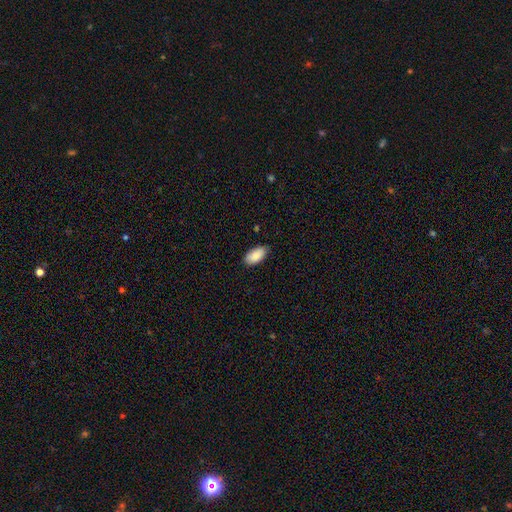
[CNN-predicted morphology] This appears to be a smooth galaxy with no disk features (87%) that is in between round and cigar-shaped (94%). Merging: none (80%).